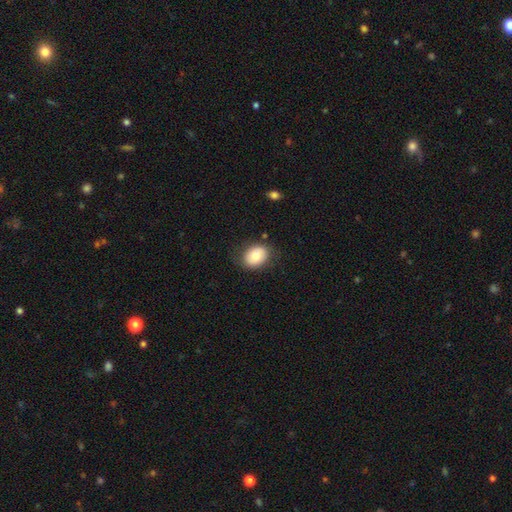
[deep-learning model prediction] smooth_or_featured: smooth (p=0.78) [alt: featured or disk p=0.15]
how_rounded: in between (p=0.64) [alt: round p=0.36]
merging: none (p=0.79) [alt: minor disturbance p=0.15]